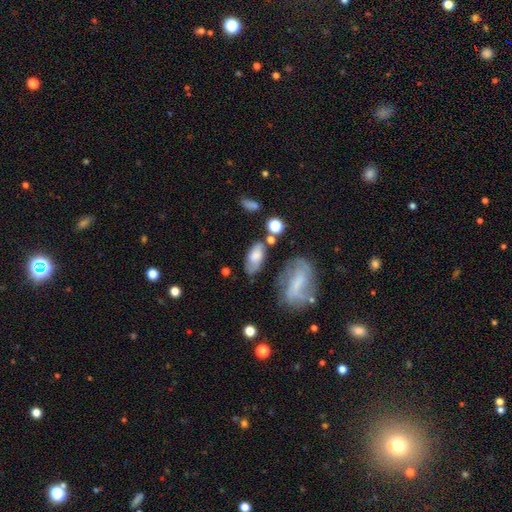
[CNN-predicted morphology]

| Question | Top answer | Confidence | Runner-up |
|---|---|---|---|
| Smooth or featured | smooth | 52% | featured or disk (39%) |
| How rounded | in between | 86% | cigar-shaped (8%) |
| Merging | none | 53% | minor disturbance (24%) |